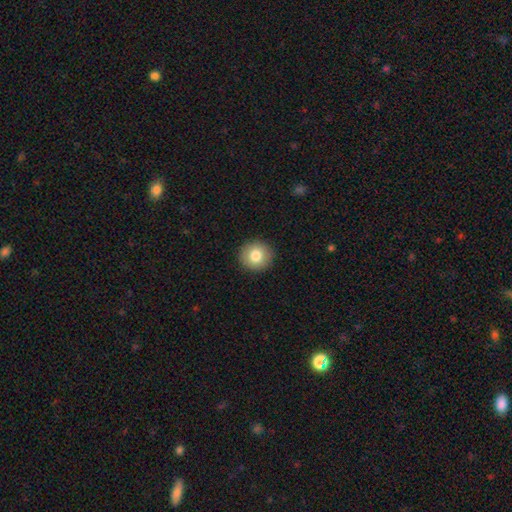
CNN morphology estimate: Smooth or featured? smooth (81%)
How rounded? round (91%)
Merging? none (92%)